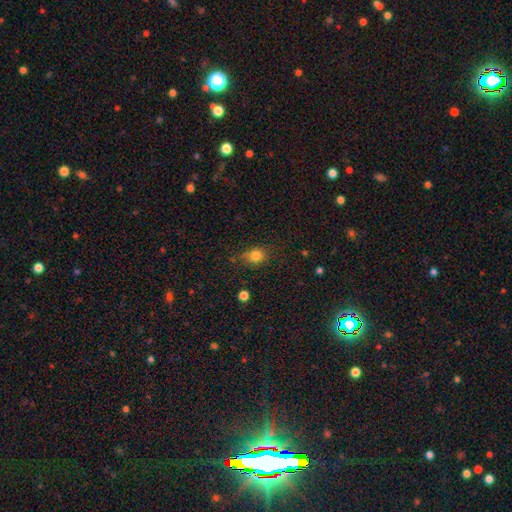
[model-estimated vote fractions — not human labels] A smooth galaxy with no disk features (81%) that is round (64%). Merging: none (67%).